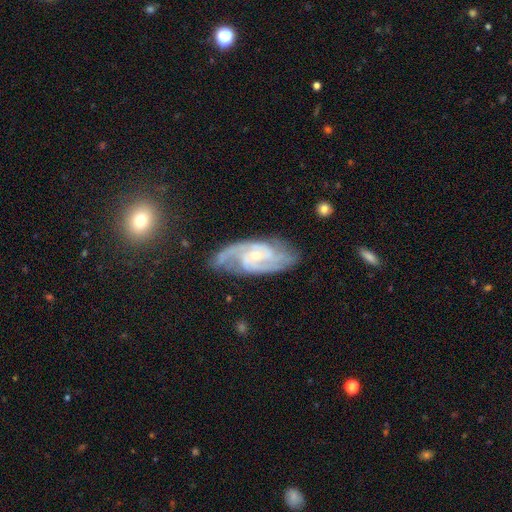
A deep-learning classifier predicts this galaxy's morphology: featured or disk 89%, smooth 5%, star or artifact 5%. Down the decision tree: edge-on disk — no (95%); bar — no (45%); spiral arms — yes (98%); spiral arm count — 2 (54%); spiral winding — medium (47%); bulge size — small (62%); merging — none (73%).